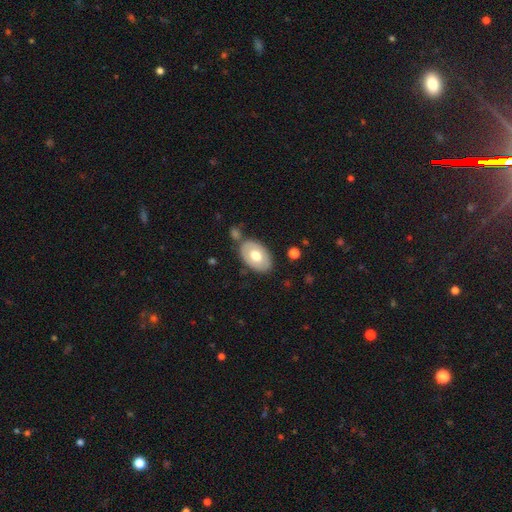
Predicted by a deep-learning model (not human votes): Morphology: type=smooth (63%); roundness=in between (90%); merging=none (74%).